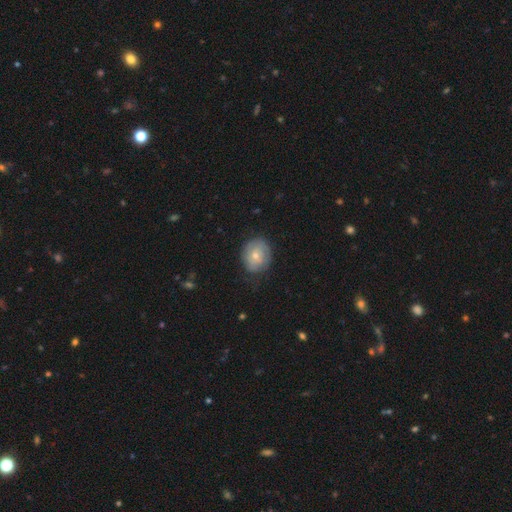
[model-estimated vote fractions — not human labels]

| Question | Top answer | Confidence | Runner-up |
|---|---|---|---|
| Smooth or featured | smooth | 55% | featured or disk (38%) |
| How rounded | round | 63% | in between (36%) |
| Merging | none | 70% | minor disturbance (22%) |